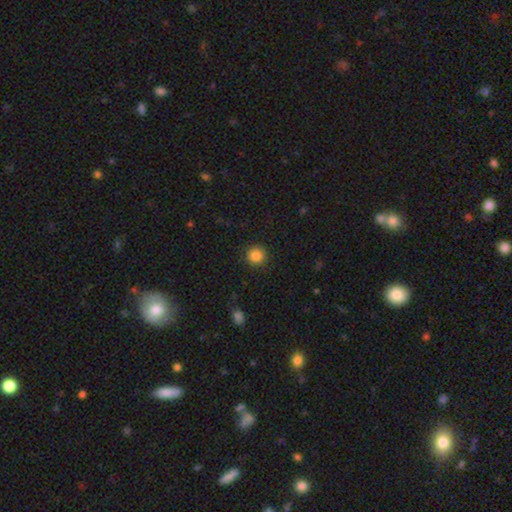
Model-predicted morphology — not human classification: type=smooth (86%); roundness=round (94%); merging=none (90%).